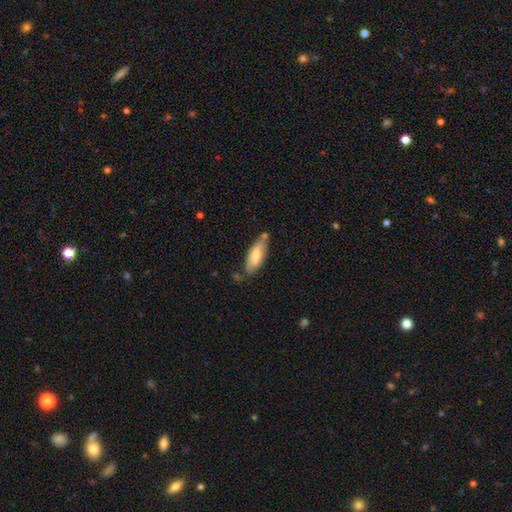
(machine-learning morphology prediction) type=smooth (71%); roundness=in between (66%); merging=none (61%).